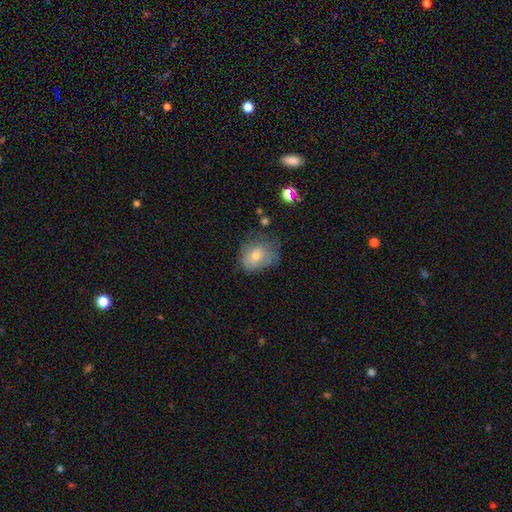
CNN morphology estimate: The model was most divided on "merging": none: 47%, minor disturbance: 33%, major disturbance: 17%, merger: 3%. More confident: smooth or featured — smooth (66%); how rounded — in between (58%).